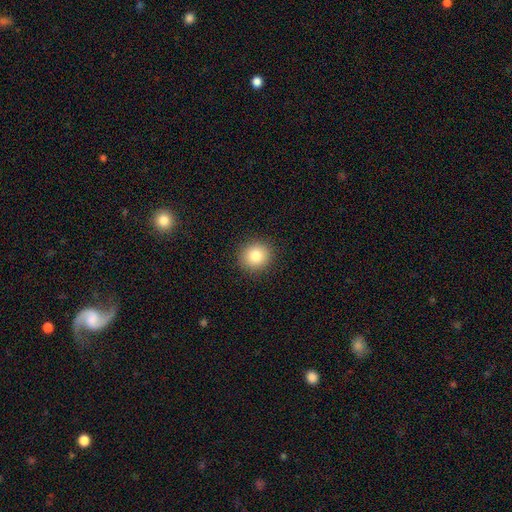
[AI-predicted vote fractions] Smooth or featured?
  - smooth: 83% *
  - star or artifact: 10%
  - featured or disk: 7%
How rounded?
  - round: 87% *
  - in between: 12%
  - cigar-shaped: 1%
Merging?
  - none: 92% *
  - minor disturbance: 6%
  - major disturbance: 2%
  - merger: 1%